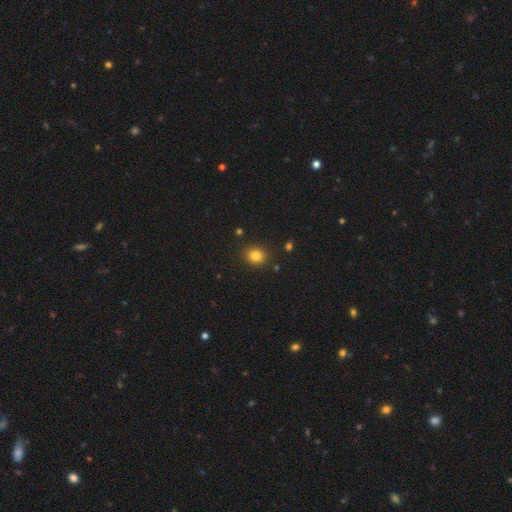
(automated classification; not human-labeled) A smooth galaxy with no disk features (82%) that is round (72%).

Vote fractions:
- Smooth or featured? smooth: 82% / star or artifact: 12% / featured or disk: 6%
- How rounded? round: 72% / in between: 27% / cigar-shaped: 1%
- Merging? none: 87% / minor disturbance: 8% / major disturbance: 2% / merger: 2%